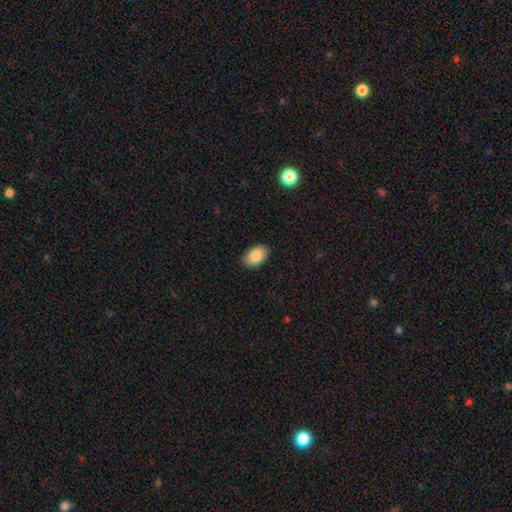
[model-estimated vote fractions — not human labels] The model was most divided on "smooth or featured": smooth: 87%, star or artifact: 7%, featured or disk: 6%. More confident: how rounded — in between (91%); merging — none (89%).